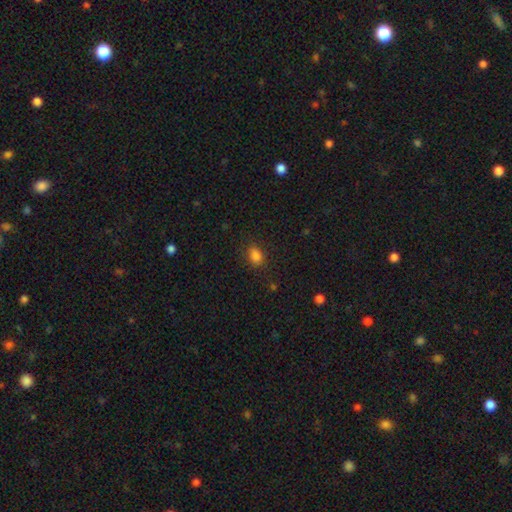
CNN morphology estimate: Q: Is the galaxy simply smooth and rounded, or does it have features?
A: smooth — 84%.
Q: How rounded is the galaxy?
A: in between — 69%.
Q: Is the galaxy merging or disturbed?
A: none — 83%.